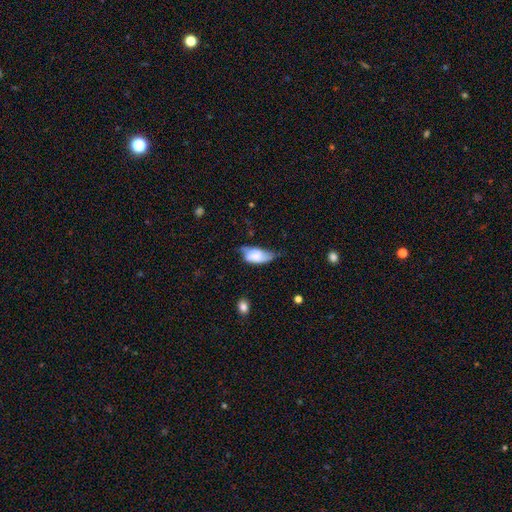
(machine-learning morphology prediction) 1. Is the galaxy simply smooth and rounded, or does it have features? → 69% smooth, 23% featured or disk, 8% star or artifact.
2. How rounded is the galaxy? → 91% in between, 6% cigar-shaped, 3% round.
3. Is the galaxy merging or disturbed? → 46% minor disturbance, 28% none, 21% major disturbance, 4% merger.